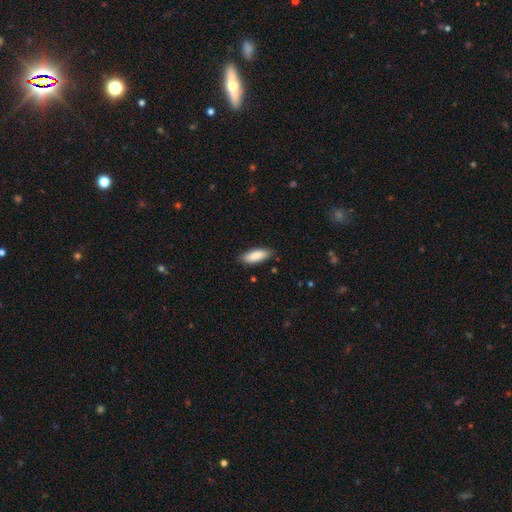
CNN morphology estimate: Smooth or featured? Predicted: smooth (p=0.87). How rounded? Predicted: in between (p=0.72). Merging? Predicted: none (p=0.84).